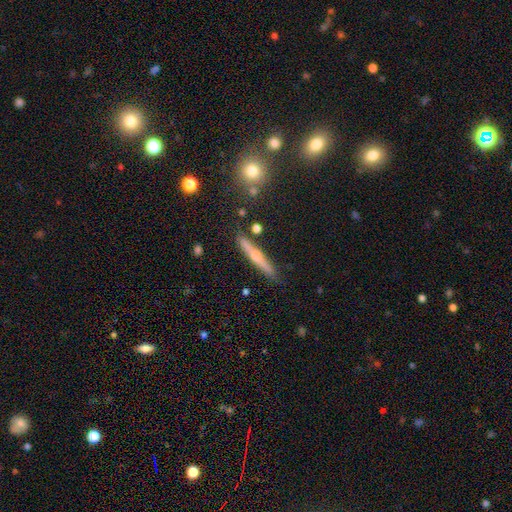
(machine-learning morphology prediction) This is possibly a featured or disk galaxy (58%). It is clearly viewed edge-on (96%). Edge-on bulge: clearly rounded (81%). Merging: clearly none (87%).